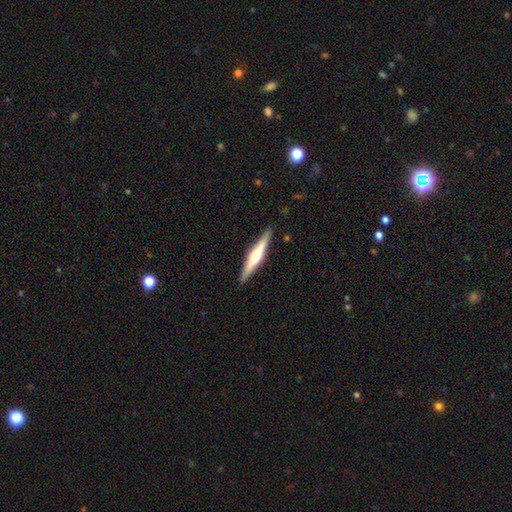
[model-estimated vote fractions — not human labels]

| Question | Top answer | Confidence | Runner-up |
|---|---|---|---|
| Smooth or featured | featured or disk | 64% | smooth (31%) |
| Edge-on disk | yes | 97% | no (3%) |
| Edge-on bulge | rounded | 86% | boxy (8%) |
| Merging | none | 90% | minor disturbance (8%) |